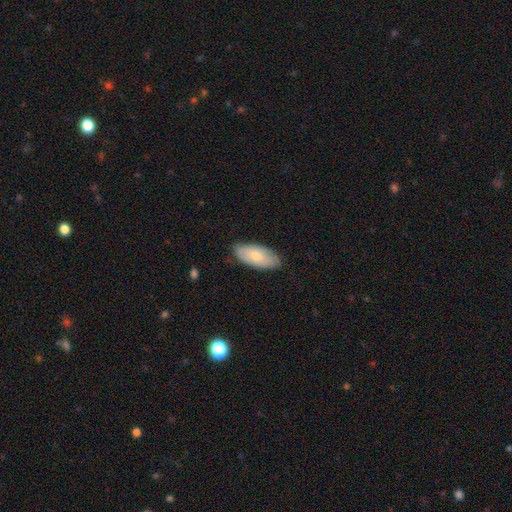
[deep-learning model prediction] smooth-or-featured: smooth: 71% | featured or disk: 23% | star or artifact: 5%
  how-rounded: in between: 90% | cigar-shaped: 8% | round: 2%
  merging: none: 81% | minor disturbance: 16% | major disturbance: 3% | merger: 1%